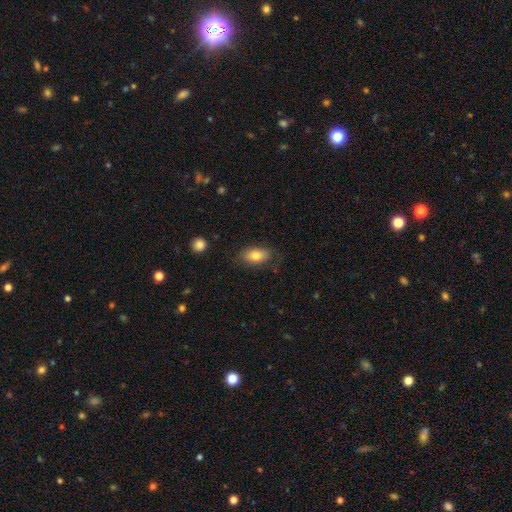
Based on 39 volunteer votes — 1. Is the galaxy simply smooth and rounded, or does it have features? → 74% smooth, 15% featured or disk, 10% star or artifact.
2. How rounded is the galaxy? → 90% in between, 7% cigar-shaped, 3% round.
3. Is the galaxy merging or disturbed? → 74% none, 17% minor disturbance, 9% major disturbance, 0% merger.